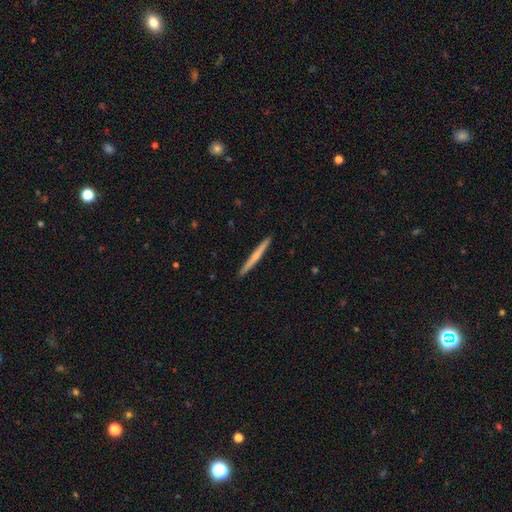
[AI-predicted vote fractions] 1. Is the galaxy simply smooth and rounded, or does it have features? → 51% featured or disk, 44% smooth, 5% star or artifact.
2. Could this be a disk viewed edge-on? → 98% yes, 2% no.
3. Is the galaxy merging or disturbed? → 93% none, 5% minor disturbance, 1% major disturbance, 1% merger.